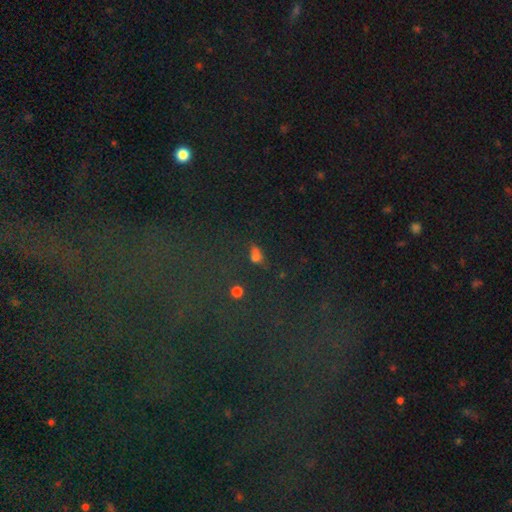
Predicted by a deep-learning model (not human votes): smooth 55%, star or artifact 33%, featured or disk 13%. Down the decision tree: how rounded — in between (70%); merging — none (49%).